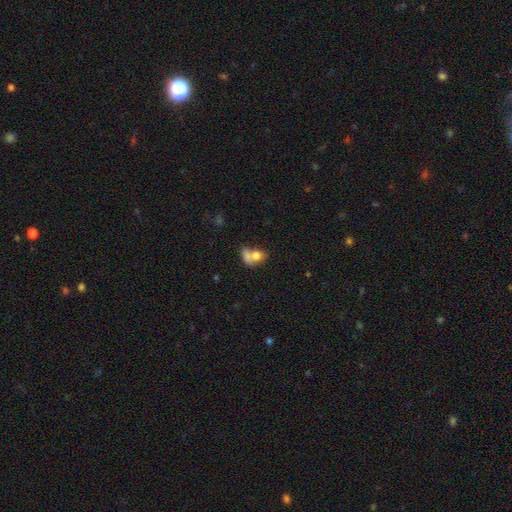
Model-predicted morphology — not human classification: Overall: smooth (74%). How rounded: in between (58%; round 40%). Merging: merger (60%; none 23%).